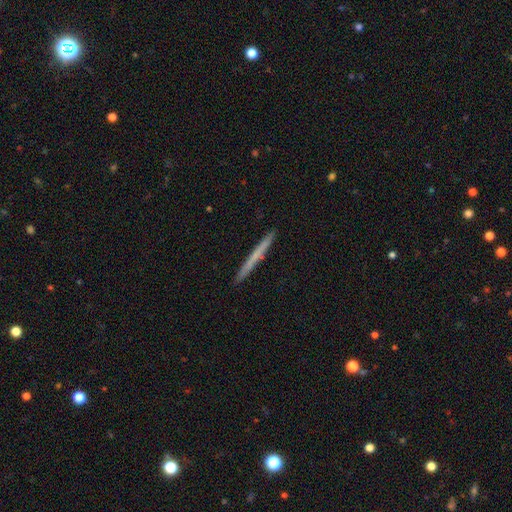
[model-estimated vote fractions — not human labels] Smooth or featured: smooth — 54% (featured or disk — 40%)
How rounded: cigar-shaped — 97% (in between — 1%)
Merging: none — 92% (minor disturbance — 5%)